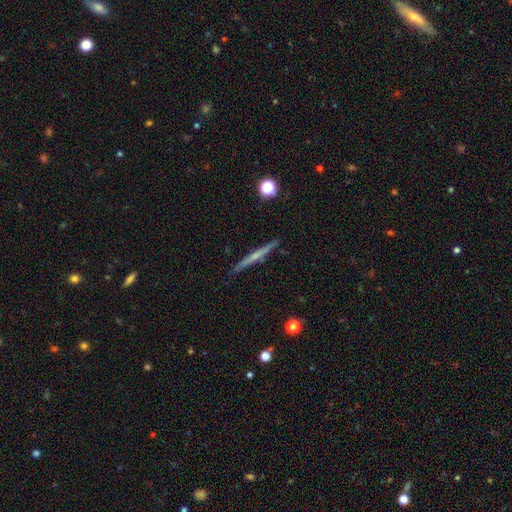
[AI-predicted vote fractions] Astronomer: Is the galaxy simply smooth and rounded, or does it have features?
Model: featured or disk — 59% (runner-up: smooth, 34%).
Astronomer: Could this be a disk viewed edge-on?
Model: yes — 97%.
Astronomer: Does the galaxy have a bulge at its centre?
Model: none — 62%.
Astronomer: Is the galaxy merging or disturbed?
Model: none — 90%.